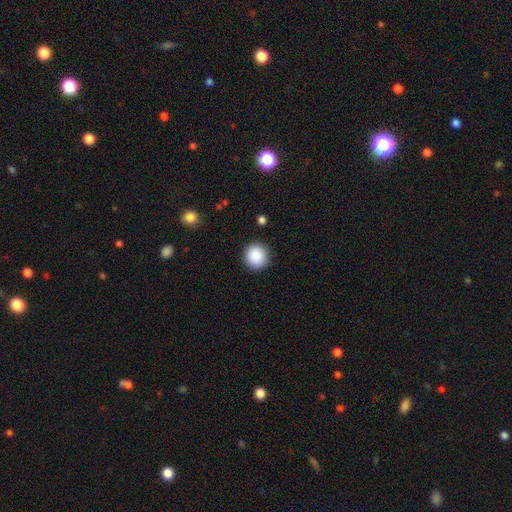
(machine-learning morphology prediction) smooth 88%, star or artifact 8%, featured or disk 3%. Down the decision tree: how rounded — round (94%); merging — none (91%).